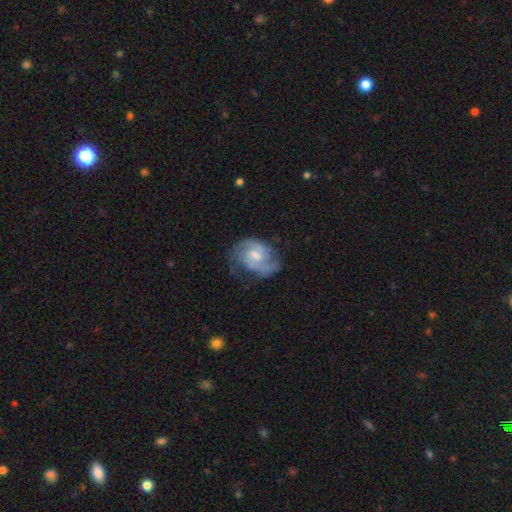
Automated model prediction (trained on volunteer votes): Smooth or featured? Predicted: featured or disk (p=0.78). Edge-on disk? Predicted: no (p=0.98). Bar? Predicted: weak (p=0.47). Spiral arms? Predicted: yes (p=0.93). Spiral winding? Predicted: medium (p=0.48). Spiral arm count? Predicted: 2 (p=0.71). Bulge size? Predicted: moderate (p=0.52). Merging? Predicted: none (p=0.60).